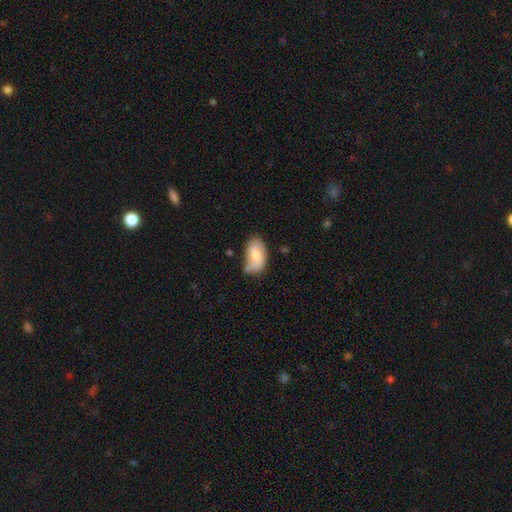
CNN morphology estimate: smooth 74%, featured or disk 19%, star or artifact 6%. Down the decision tree: how rounded — in between (94%); merging — none (54%).